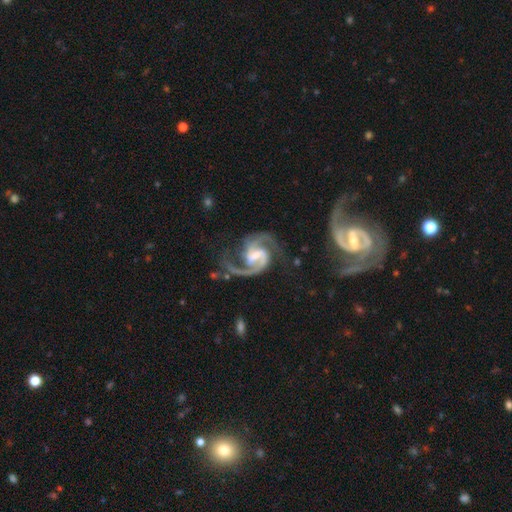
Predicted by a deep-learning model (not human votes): This is clearly a featured or disk galaxy (94%). It is clearly not viewed edge-on (98%). Bar: possibly weak (52%). Spiral arm pattern: clearly yes (99%). Spiral arm count: clearly 2 (89%). Spiral winding: likely medium (63%). Central bulge: marginally small (44%). Merging: likely none (65%).